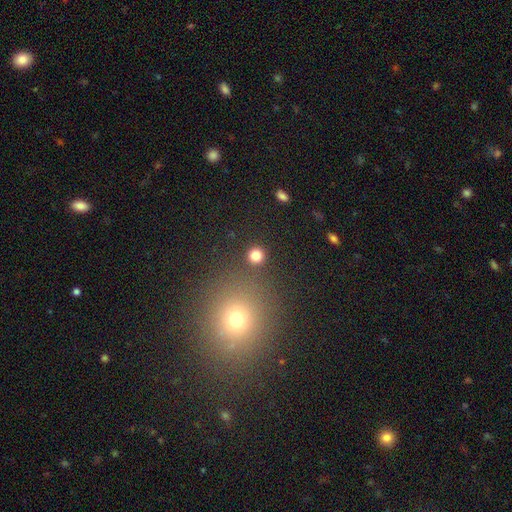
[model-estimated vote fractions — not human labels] The model was most divided on "smooth or featured": smooth: 82%, star or artifact: 14%, featured or disk: 4%. More confident: how rounded — round (93%); merging — none (89%).